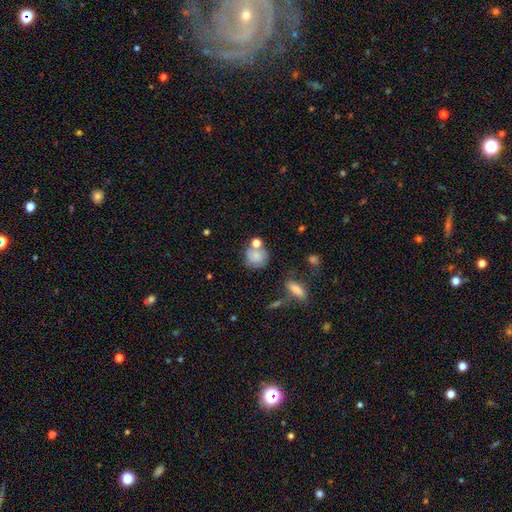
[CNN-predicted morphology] Smooth or featured: smooth — 76% (featured or disk — 14%)
How rounded: round — 81% (in between — 17%)
Merging: none — 53% (merger — 23%)